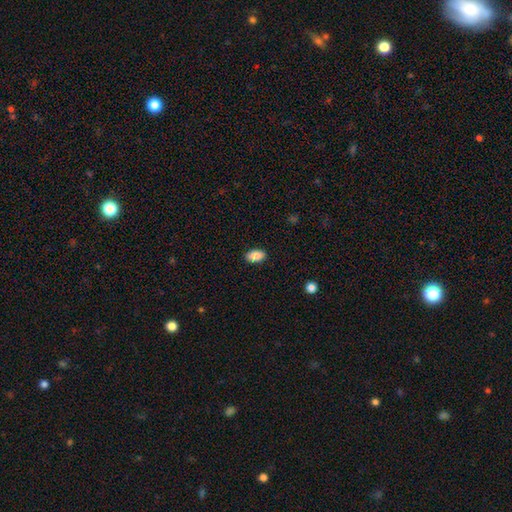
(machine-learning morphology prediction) smooth 88%, star or artifact 7%, featured or disk 5%. Down the decision tree: how rounded — in between (92%); merging — none (89%).